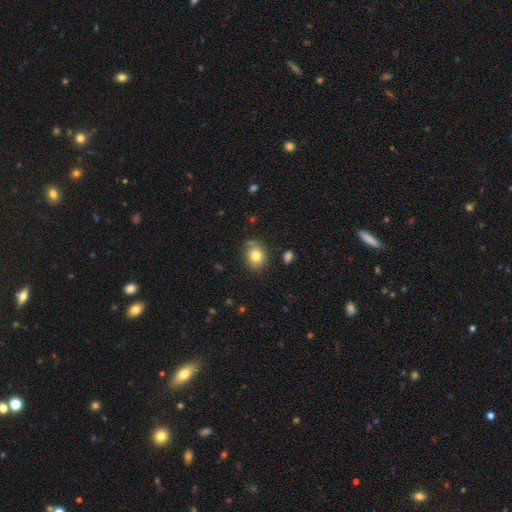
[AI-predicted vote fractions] Smooth or featured? Predicted: smooth (p=0.82). How rounded? Predicted: in between (p=0.50). Merging? Predicted: none (p=0.77).